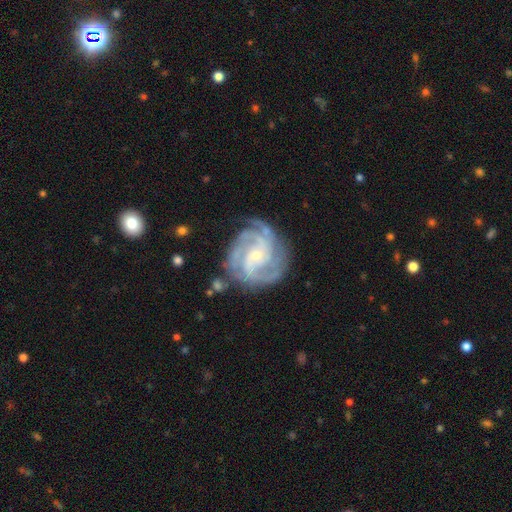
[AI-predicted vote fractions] Smooth or featured? Predicted: featured or disk (p=0.91). Edge-on disk? Predicted: no (p=0.98). Bar? Predicted: no (p=0.59). Spiral arms? Predicted: yes (p=0.98). Spiral winding? Predicted: tight (p=0.59). Spiral arm count? Predicted: 3 (p=0.39). Bulge size? Predicted: small (p=0.75). Merging? Predicted: none (p=0.75).